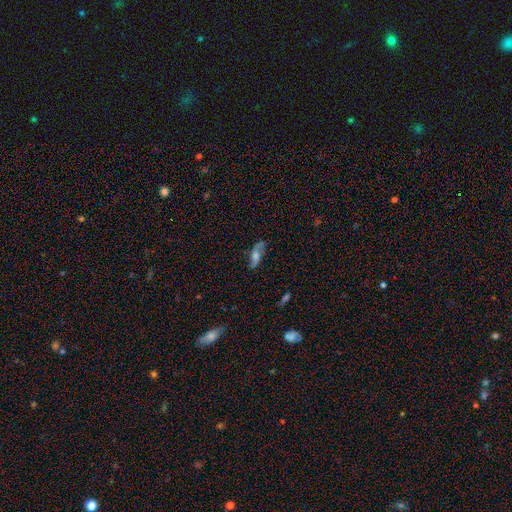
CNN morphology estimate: Smooth or featured? Predicted: featured or disk (p=0.60). Edge-on disk? Predicted: no (p=0.75). Merging? Predicted: none (p=0.70).